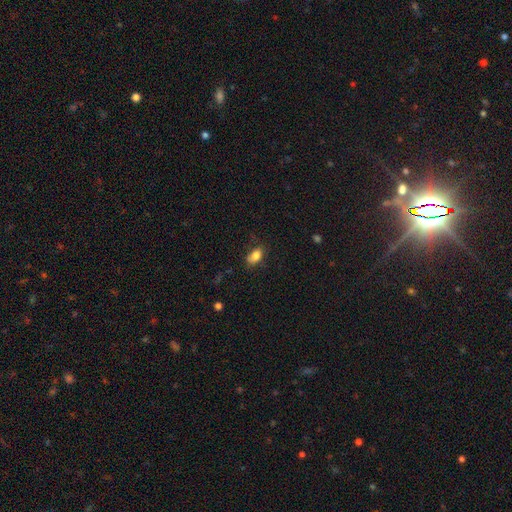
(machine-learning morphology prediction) This appears to be a smooth galaxy with no disk features (83%) that is in between round and cigar-shaped (87%). Merging: none (72%).